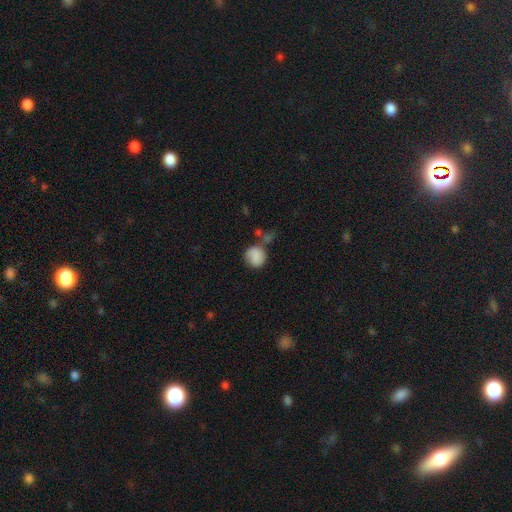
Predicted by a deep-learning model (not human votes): smooth_or_featured: smooth (p=0.78) [alt: featured or disk p=0.13]
how_rounded: round (p=0.79) [alt: in between p=0.20]
merging: none (p=0.50) [alt: minor disturbance p=0.23]